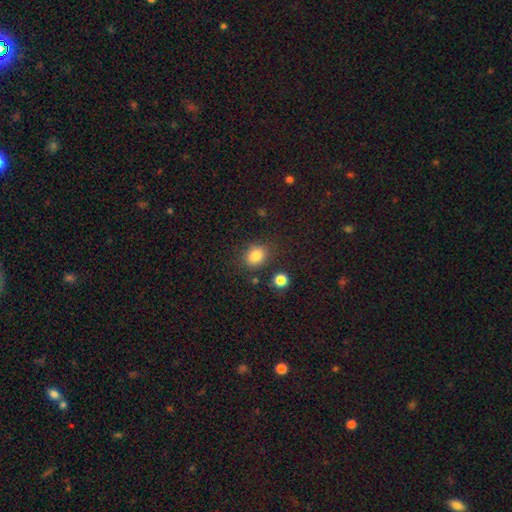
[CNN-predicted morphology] The model was most divided on "how rounded": round: 56%, in between: 43%, cigar-shaped: 1%. More confident: smooth or featured — smooth (84%); merging — none (78%).